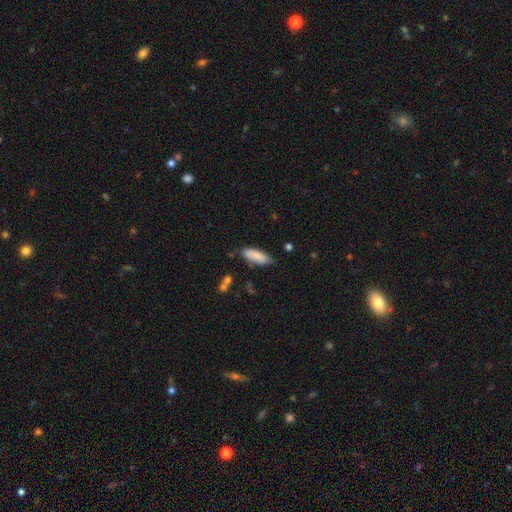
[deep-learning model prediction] This is clearly a smooth galaxy (86%). How rounded: likely in between (66%). Merging: likely none (70%).